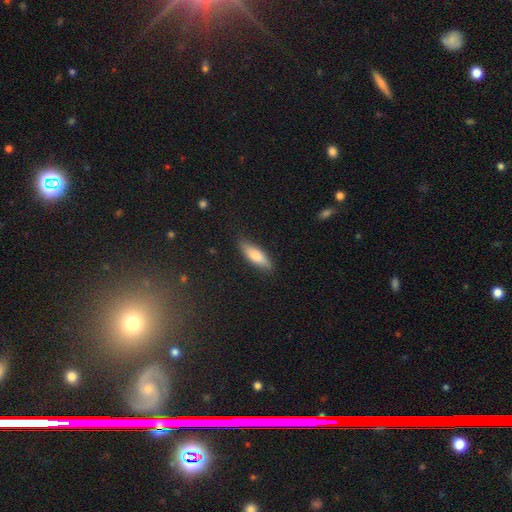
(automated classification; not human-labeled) Overall: smooth (80%). How rounded: in between (52%; cigar-shaped 46%). Merging: none (84%).